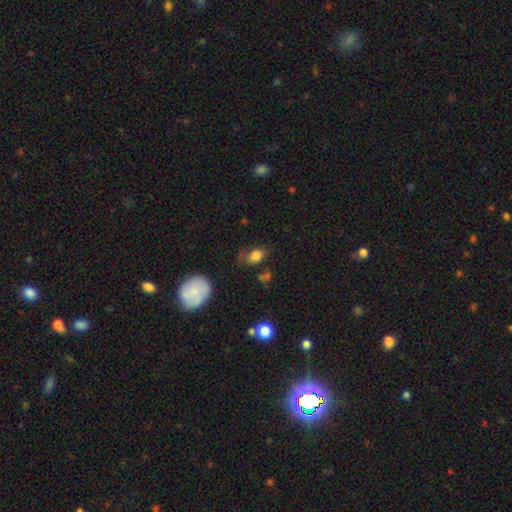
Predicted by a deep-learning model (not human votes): Overall: smooth (78%). How rounded: in between (74%). Merging: none (54%; minor disturbance 26%).